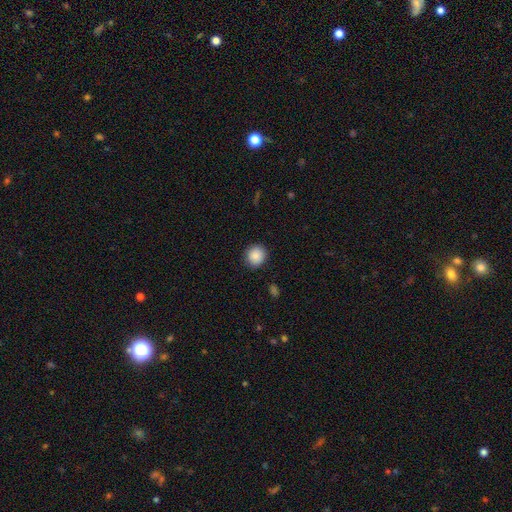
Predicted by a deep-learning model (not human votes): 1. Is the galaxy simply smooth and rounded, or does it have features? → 88% smooth, 8% star or artifact, 3% featured or disk.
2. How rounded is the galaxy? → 89% round, 10% in between, 1% cigar-shaped.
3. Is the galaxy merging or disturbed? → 90% none, 7% minor disturbance, 2% major disturbance, 1% merger.